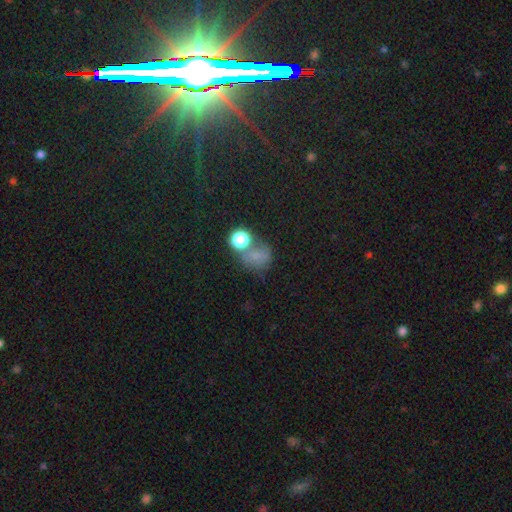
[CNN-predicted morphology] Q: Smooth or featured?
A: smooth (63%); runner-up: star or artifact (23%)
Q: How rounded?
A: round (67%); runner-up: in between (32%)
Q: Merging?
A: none (41%); runner-up: merger (26%)